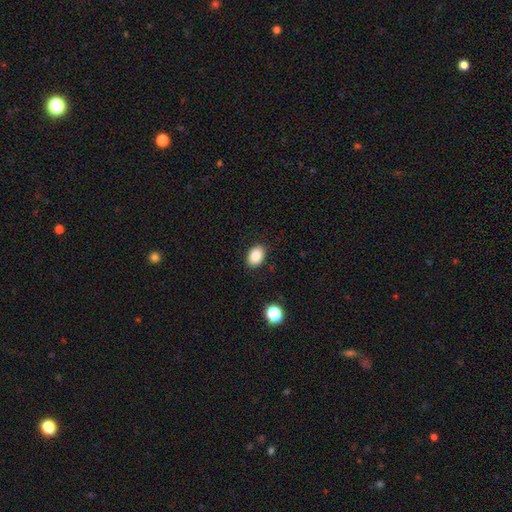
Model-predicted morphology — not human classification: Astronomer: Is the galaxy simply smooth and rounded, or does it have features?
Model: smooth — 86%.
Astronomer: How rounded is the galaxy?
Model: in between — 76%.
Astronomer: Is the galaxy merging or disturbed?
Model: none — 89%.